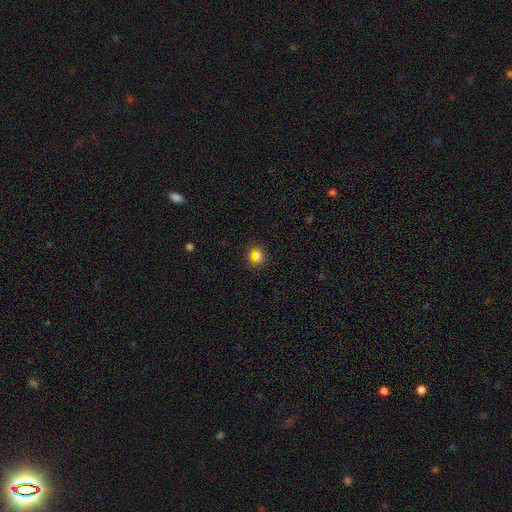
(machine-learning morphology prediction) type=smooth (62%); roundness=round (75%); merging=none (82%).